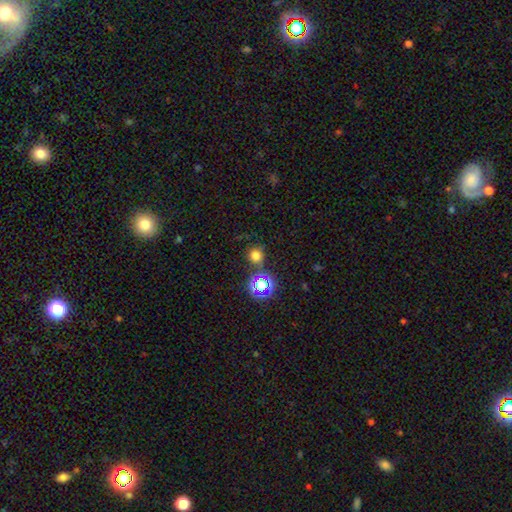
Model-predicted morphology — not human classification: Smooth or featured?
  - smooth: 67% *
  - star or artifact: 26%
  - featured or disk: 7%
How rounded?
  - round: 90% *
  - in between: 9%
  - cigar-shaped: 1%
Merging?
  - none: 78% *
  - minor disturbance: 10%
  - merger: 7%
  - major disturbance: 4%